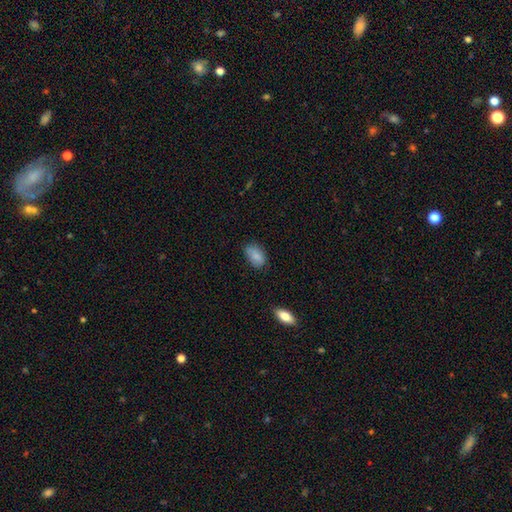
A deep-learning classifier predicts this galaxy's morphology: Smooth or featured: smooth — 85% (star or artifact — 8%)
How rounded: in between — 90% (round — 7%)
Merging: none — 66% (minor disturbance — 27%)